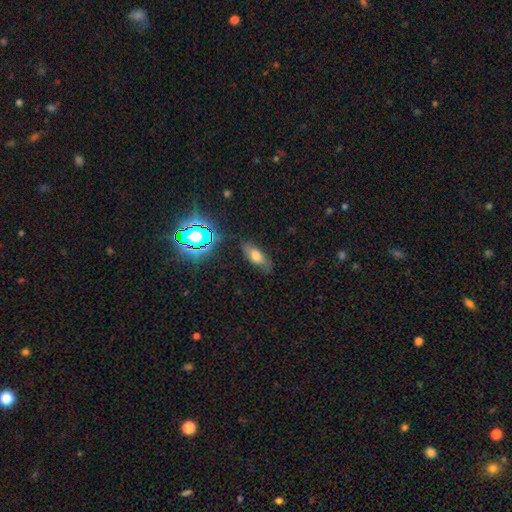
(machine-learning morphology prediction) A smooth galaxy with no disk features (63%) that is in between round and cigar-shaped (75%).

Vote fractions:
- Smooth or featured? smooth: 63% / featured or disk: 23% / star or artifact: 15%
- How rounded? in between: 75% / cigar-shaped: 20% / round: 5%
- Merging? none: 73% / minor disturbance: 19% / major disturbance: 6% / merger: 2%